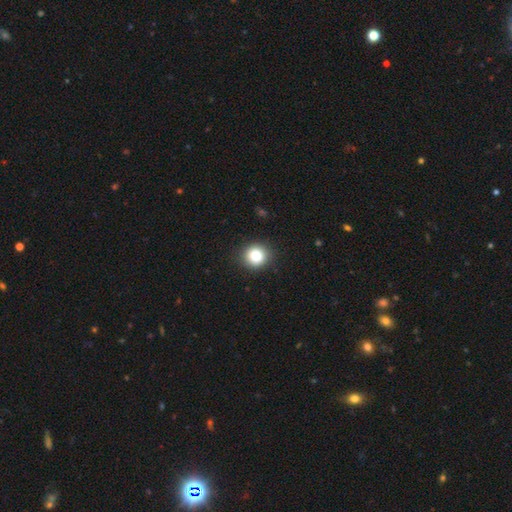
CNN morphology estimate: smooth-or-featured: smooth: 82% | star or artifact: 11% | featured or disk: 7%
  how-rounded: round: 90% | in between: 9% | cigar-shaped: 1%
  merging: none: 91% | minor disturbance: 6% | major disturbance: 2% | merger: 1%